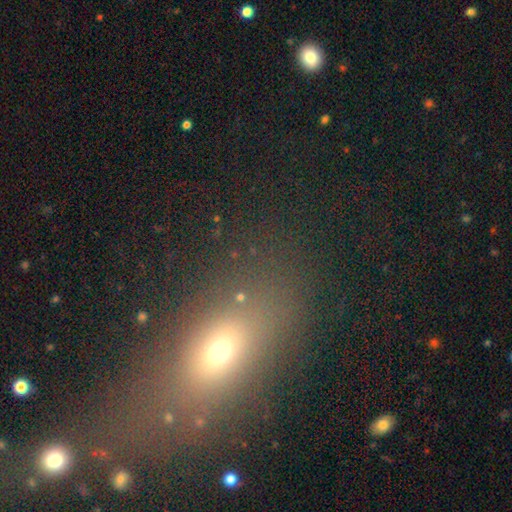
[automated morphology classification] Q: Smooth or featured?
A: smooth (56%); runner-up: star or artifact (30%)
Q: How rounded?
A: in between (64%); runner-up: round (22%)
Q: Merging?
A: none (67%); runner-up: minor disturbance (13%)